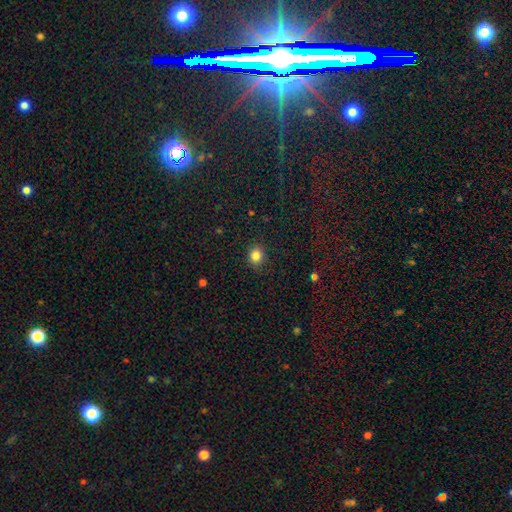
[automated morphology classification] Overall: smooth (84%). How rounded: round (79%). Merging: none (88%).